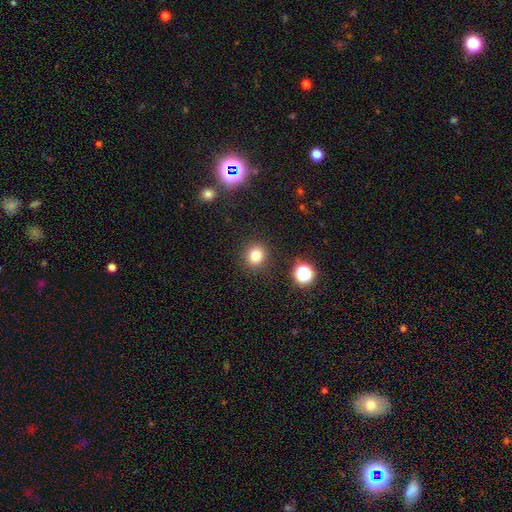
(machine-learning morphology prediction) Smooth or featured? Predicted: smooth (p=0.79). How rounded? Predicted: round (p=0.87). Merging? Predicted: none (p=0.89).